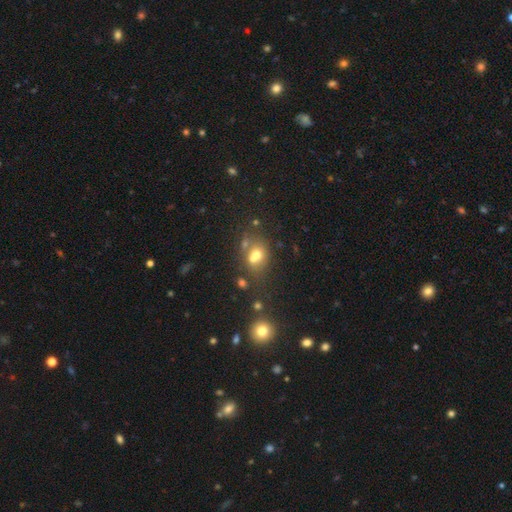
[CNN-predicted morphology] A smooth galaxy with no disk features (61%) that is round (56%). Merging: merger (46%).